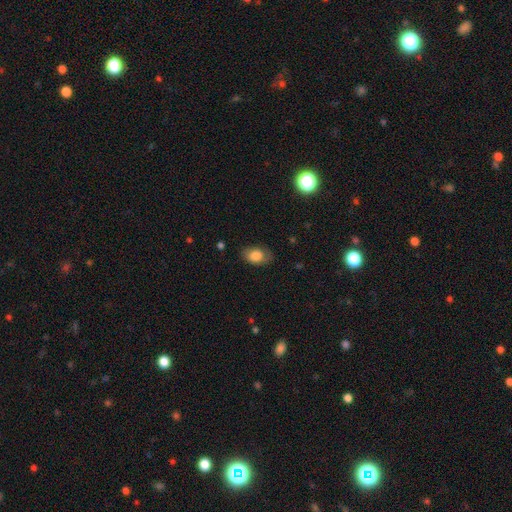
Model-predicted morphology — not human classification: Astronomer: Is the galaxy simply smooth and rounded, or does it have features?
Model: smooth — 79%.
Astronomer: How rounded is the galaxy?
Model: in between — 85%.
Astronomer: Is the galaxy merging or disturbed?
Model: none — 73%.